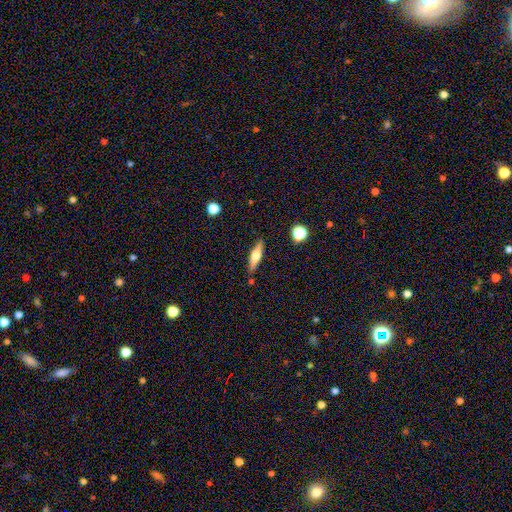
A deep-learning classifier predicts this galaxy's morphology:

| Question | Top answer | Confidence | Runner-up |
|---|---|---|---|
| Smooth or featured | smooth | 52% | featured or disk (41%) |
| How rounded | cigar-shaped | 65% | in between (32%) |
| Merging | none | 82% | minor disturbance (12%) |